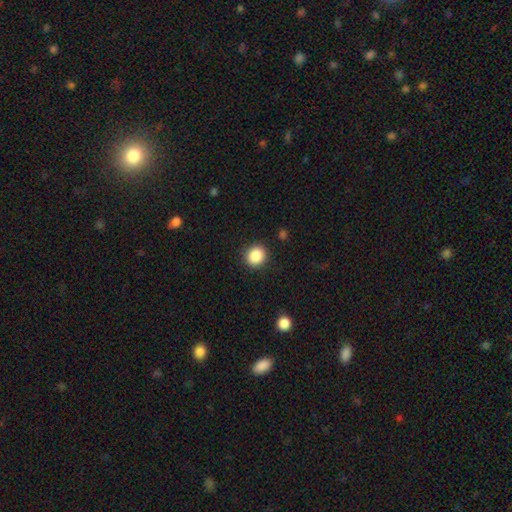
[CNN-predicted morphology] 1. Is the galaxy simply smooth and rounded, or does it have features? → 87% smooth, 9% star or artifact, 3% featured or disk.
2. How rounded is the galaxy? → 85% round, 14% in between, 1% cigar-shaped.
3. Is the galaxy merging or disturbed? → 90% none, 7% minor disturbance, 2% major disturbance, 1% merger.